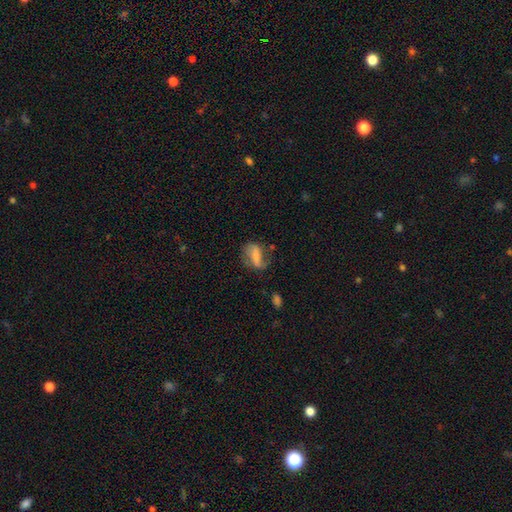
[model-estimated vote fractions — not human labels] Smooth or featured? featured or disk (54%)
Edge-on disk? no (92%)
Merging? none (55%)